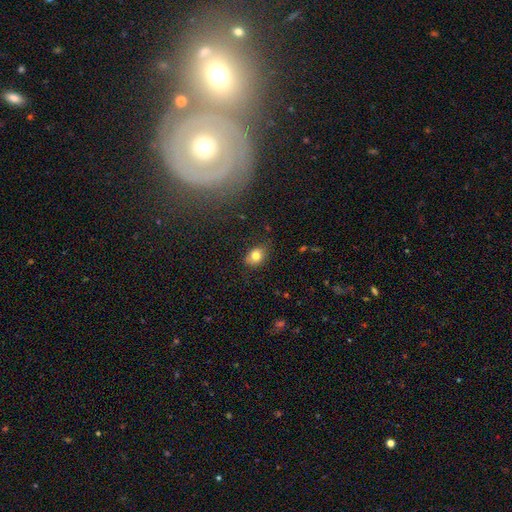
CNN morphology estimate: Smooth or featured? smooth (79%)
How rounded? in between (65%)
Merging? none (75%)